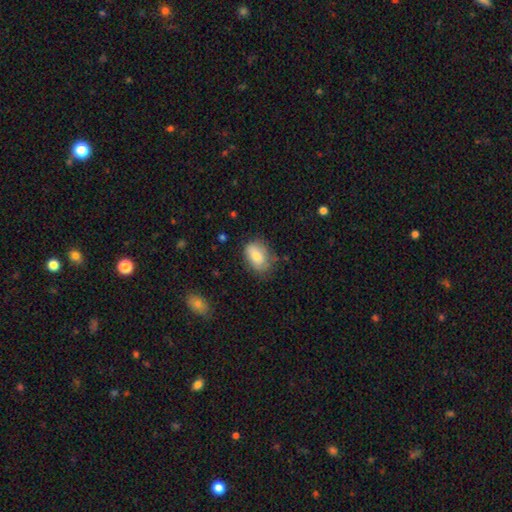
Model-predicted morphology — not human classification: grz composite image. It shows a smooth galaxy with no disk features (73%) that is in between round and cigar-shaped (82%). Merging: none (66%).